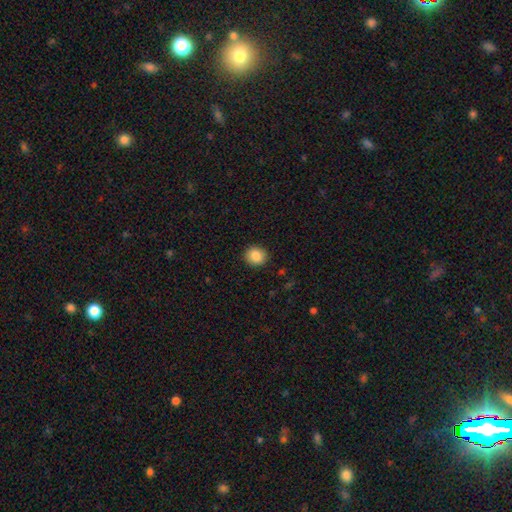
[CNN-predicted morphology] smooth-or-featured: smooth: 87% | star or artifact: 9% | featured or disk: 5%
  how-rounded: round: 83% | in between: 16% | cigar-shaped: 1%
  merging: none: 91% | minor disturbance: 6% | major disturbance: 2% | merger: 1%